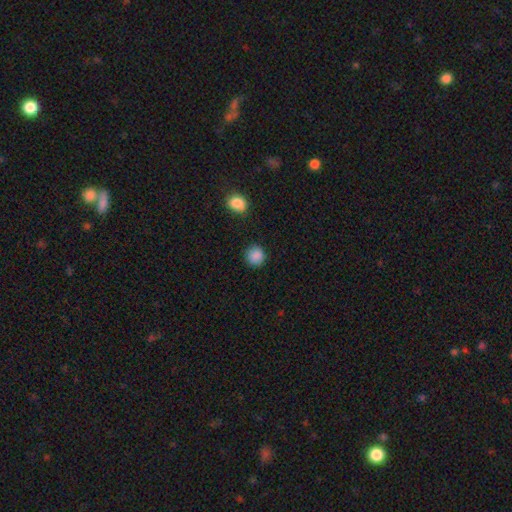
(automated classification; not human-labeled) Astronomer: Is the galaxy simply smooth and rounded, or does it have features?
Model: smooth — 88%.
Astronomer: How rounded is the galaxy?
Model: round — 90%.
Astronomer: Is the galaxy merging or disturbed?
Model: none — 87%.